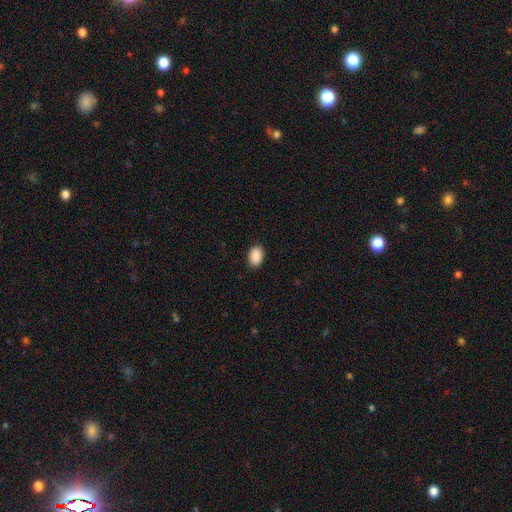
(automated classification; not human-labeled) Smooth or featured? smooth (91%)
How rounded? in between (84%)
Merging? none (89%)